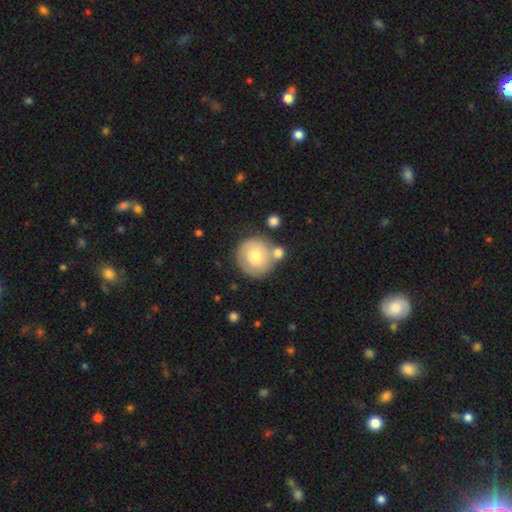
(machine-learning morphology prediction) A smooth galaxy with no disk features (65%) that is round (92%).

Vote fractions:
- Smooth or featured? smooth: 65% / featured or disk: 29% / star or artifact: 7%
- How rounded? round: 92% / in between: 7% / cigar-shaped: 1%
- Merging? none: 64% / merger: 17% / minor disturbance: 14% / major disturbance: 5%